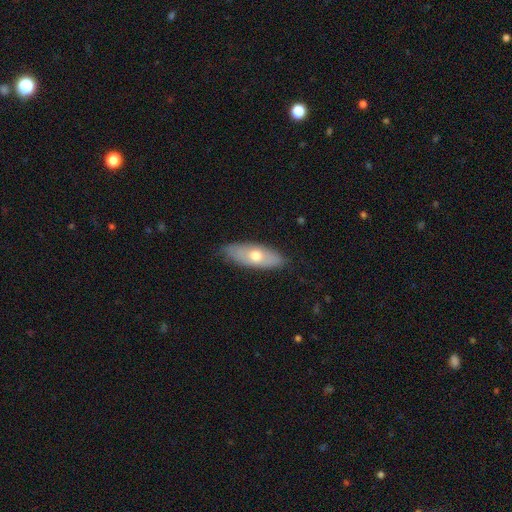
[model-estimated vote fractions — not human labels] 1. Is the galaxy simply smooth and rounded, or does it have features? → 56% smooth, 38% featured or disk, 6% star or artifact.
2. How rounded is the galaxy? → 70% in between, 27% cigar-shaped, 3% round.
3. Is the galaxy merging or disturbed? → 83% none, 14% minor disturbance, 2% major disturbance, 1% merger.